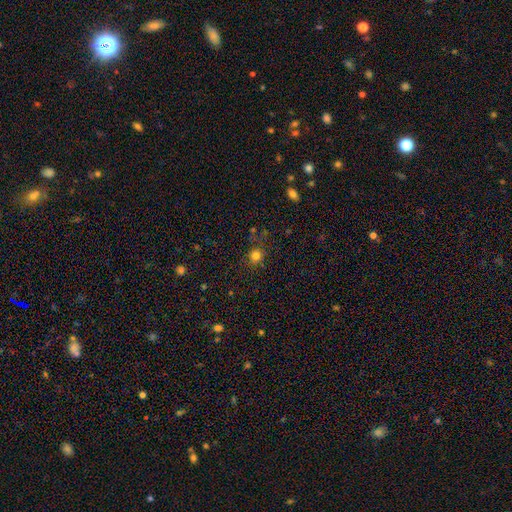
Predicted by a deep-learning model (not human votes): smooth_or_featured: smooth (p=0.78) [alt: star or artifact p=0.17]
how_rounded: round (p=0.87) [alt: in between p=0.12]
merging: none (p=0.80) [alt: minor disturbance p=0.12]